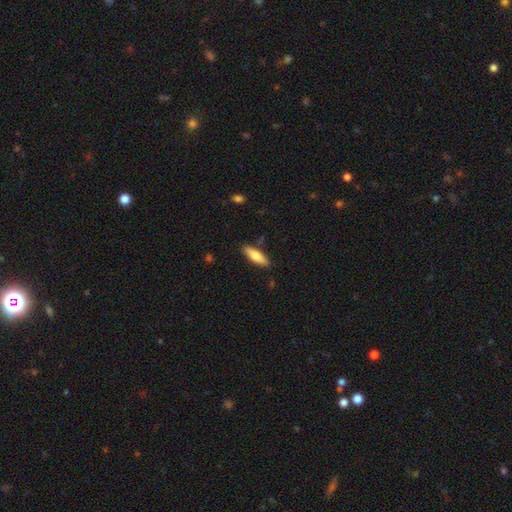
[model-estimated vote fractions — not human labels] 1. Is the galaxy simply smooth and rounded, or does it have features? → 74% smooth, 20% featured or disk, 6% star or artifact.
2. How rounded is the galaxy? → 50% in between, 48% cigar-shaped, 2% round.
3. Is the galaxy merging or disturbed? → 86% none, 10% minor disturbance, 2% major disturbance, 2% merger.